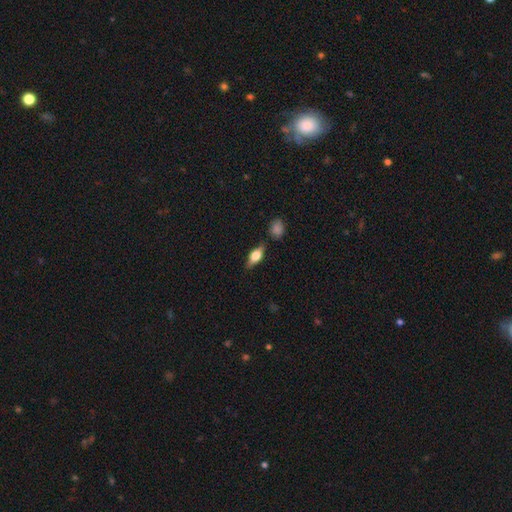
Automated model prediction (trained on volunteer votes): This appears to be a smooth galaxy with no disk features (50%) that is in between round and cigar-shaped (70%). Merging: none (78%).